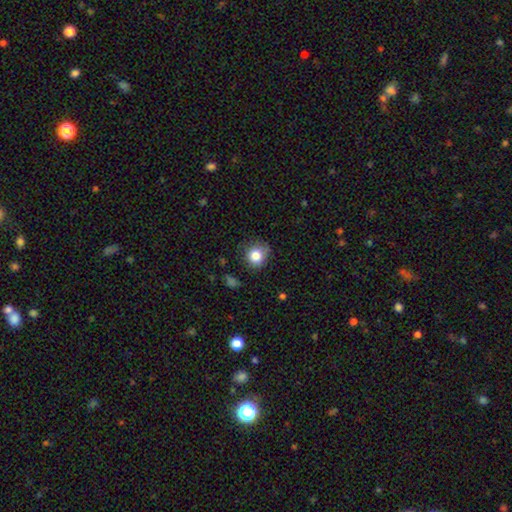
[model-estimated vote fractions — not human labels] Morphology: type=smooth (82%); roundness=round (86%); merging=none (74%).